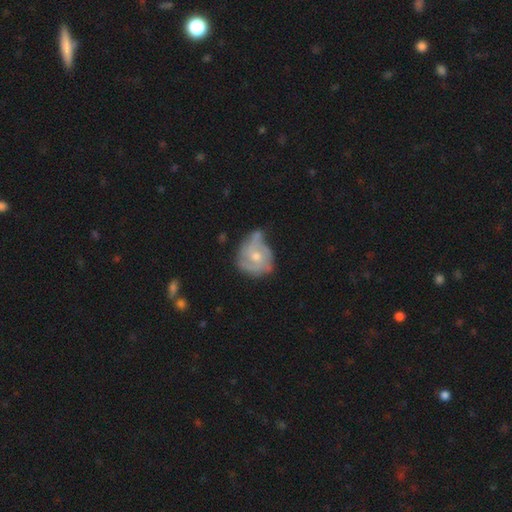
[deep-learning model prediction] A featured or disk galaxy (63%) with no bar (78%), spiral arms (72%) and a moderate central bulge (61%). Merging: none (39%).